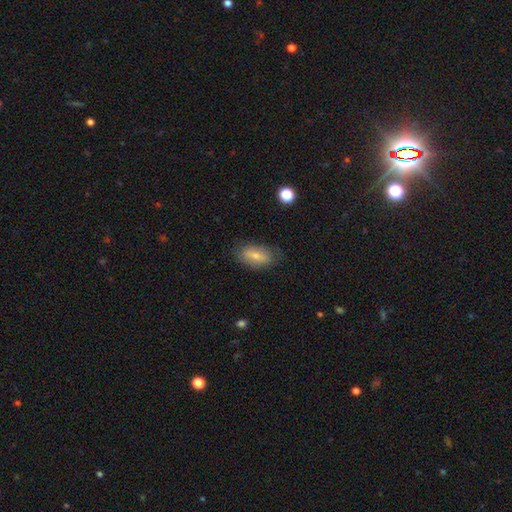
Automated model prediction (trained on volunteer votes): This is likely a smooth galaxy (68%). How rounded: clearly in between (89%). Merging: likely none (78%).